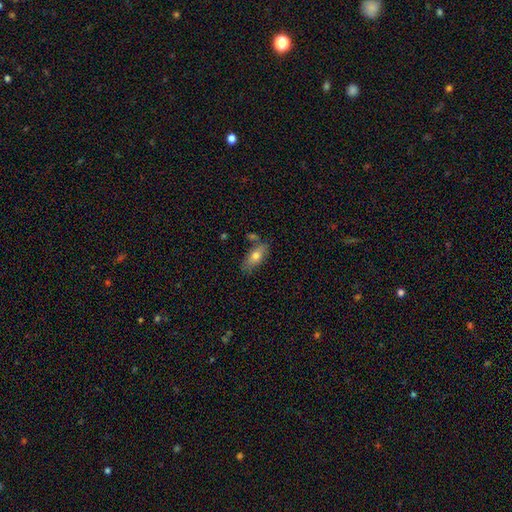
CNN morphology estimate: Overall: smooth (71%). How rounded: in between (81%). Merging: none (66%).